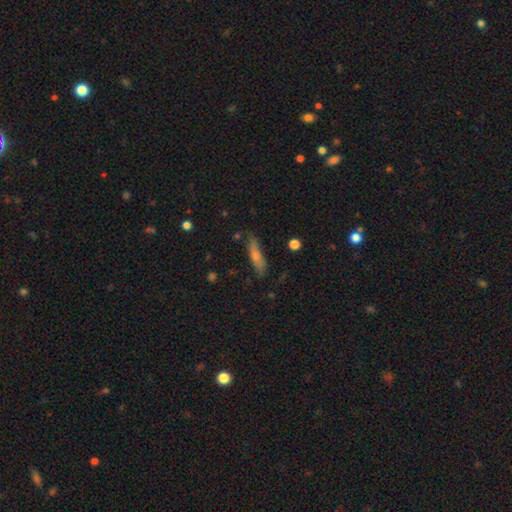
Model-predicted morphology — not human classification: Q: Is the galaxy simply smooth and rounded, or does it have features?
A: smooth — 57%.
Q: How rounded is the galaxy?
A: cigar-shaped — 81%.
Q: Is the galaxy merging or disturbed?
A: none — 81%.